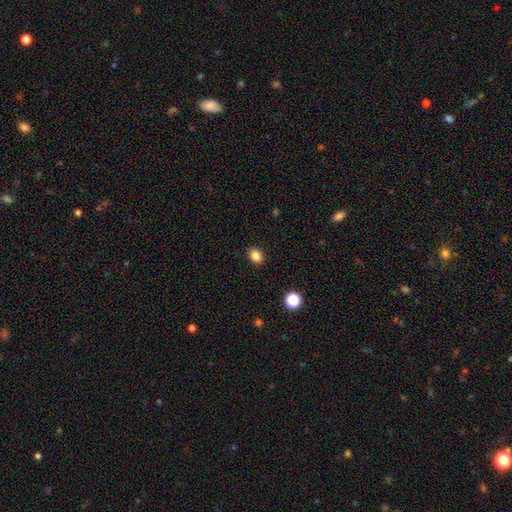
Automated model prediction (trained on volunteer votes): Morphology: type=smooth (85%); roundness=in between (69%); merging=none (89%).